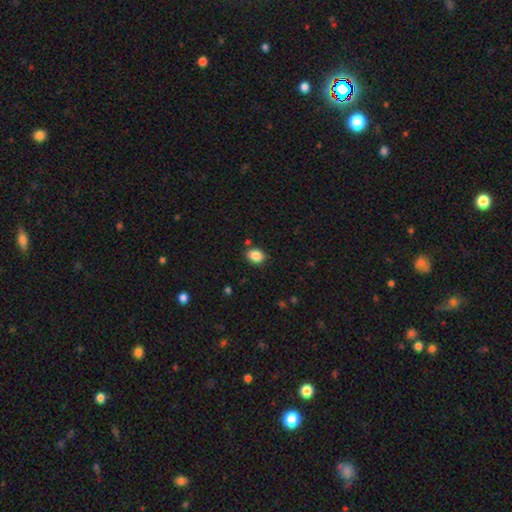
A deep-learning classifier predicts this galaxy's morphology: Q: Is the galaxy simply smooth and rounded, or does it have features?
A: smooth — 86%.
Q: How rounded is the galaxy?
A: in between — 59%.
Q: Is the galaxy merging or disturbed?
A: none — 83%.